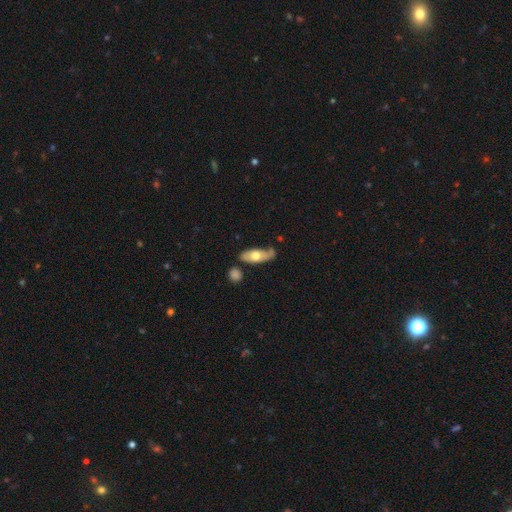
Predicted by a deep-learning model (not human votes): Smooth or featured? Predicted: smooth (p=0.56). How rounded? Predicted: in between (p=0.74). Merging? Predicted: none (p=0.57).